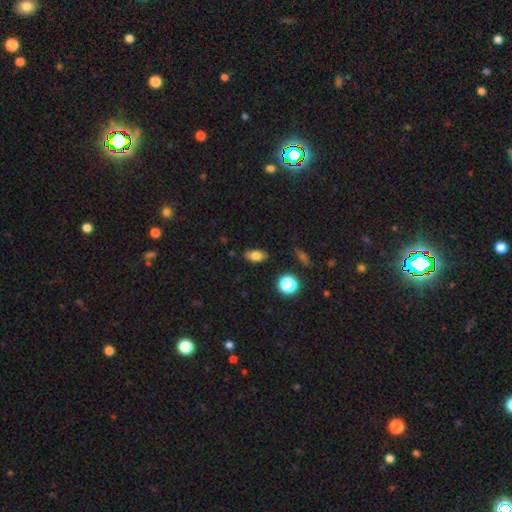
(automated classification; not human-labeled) This appears to be a smooth galaxy with no disk features (77%) that is in between round and cigar-shaped (84%). Merging: none (79%).